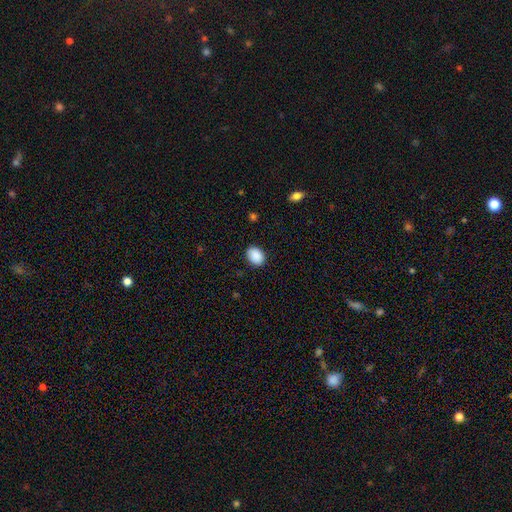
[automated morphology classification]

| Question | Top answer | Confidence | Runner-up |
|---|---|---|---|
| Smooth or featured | smooth | 90% | star or artifact (7%) |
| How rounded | in between | 67% | round (32%) |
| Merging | none | 88% | minor disturbance (9%) |